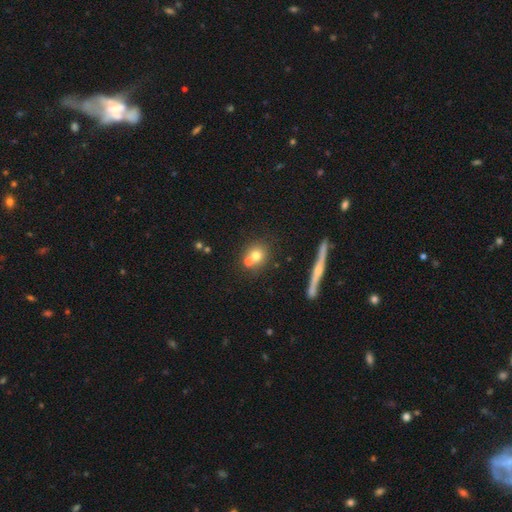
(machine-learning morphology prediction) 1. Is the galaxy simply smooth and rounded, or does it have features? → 70% smooth, 17% featured or disk, 13% star or artifact.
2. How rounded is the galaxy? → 86% round, 12% in between, 2% cigar-shaped.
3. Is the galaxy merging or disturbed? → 56% none, 33% merger, 8% minor disturbance, 3% major disturbance.